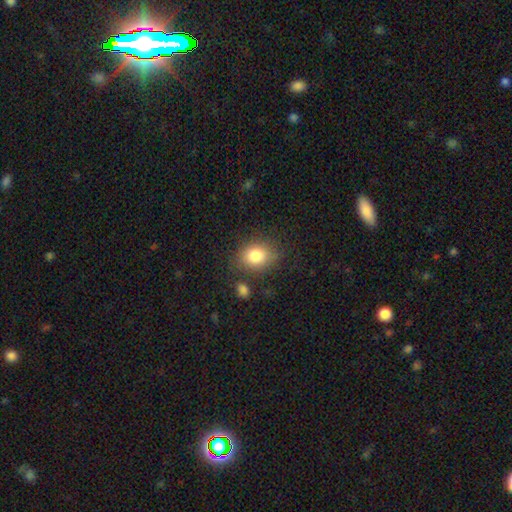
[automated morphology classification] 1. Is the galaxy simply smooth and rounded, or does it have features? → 83% smooth, 9% star or artifact, 8% featured or disk.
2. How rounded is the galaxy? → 52% in between, 47% round, 1% cigar-shaped.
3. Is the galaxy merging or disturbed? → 74% none, 16% minor disturbance, 5% major disturbance, 5% merger.